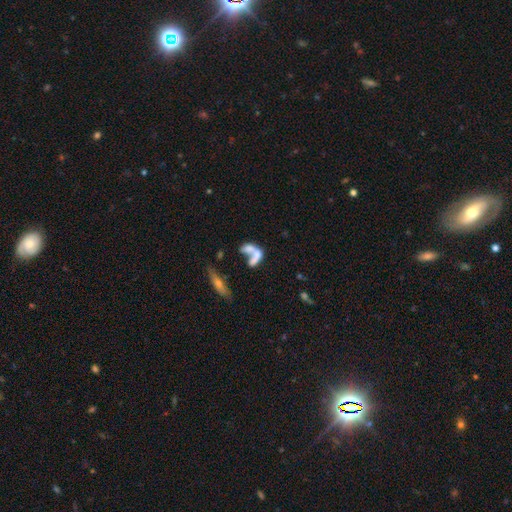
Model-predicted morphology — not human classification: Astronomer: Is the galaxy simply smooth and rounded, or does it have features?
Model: smooth — 51% (runner-up: featured or disk, 37%).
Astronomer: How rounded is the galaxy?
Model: in between — 68%.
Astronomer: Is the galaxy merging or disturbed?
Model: merger — 62%.